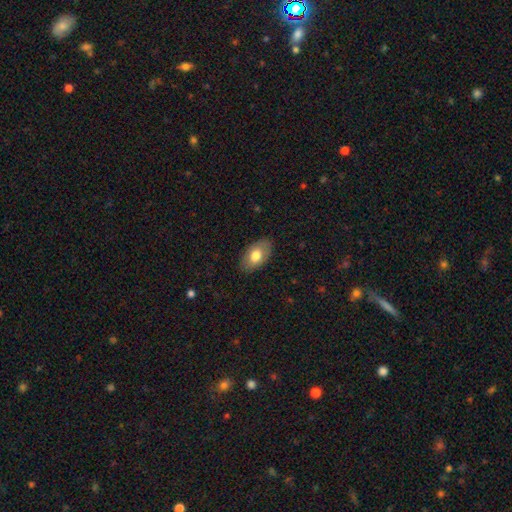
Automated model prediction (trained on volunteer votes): This is likely a smooth galaxy (74%). How rounded: clearly in between (93%). Merging: clearly none (85%).